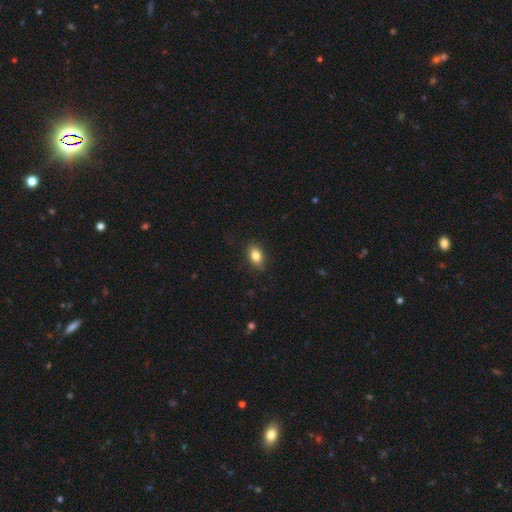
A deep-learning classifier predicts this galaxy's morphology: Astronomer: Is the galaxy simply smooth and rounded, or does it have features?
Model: smooth — 84%.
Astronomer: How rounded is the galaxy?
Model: in between — 82%.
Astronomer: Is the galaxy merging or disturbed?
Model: none — 86%.